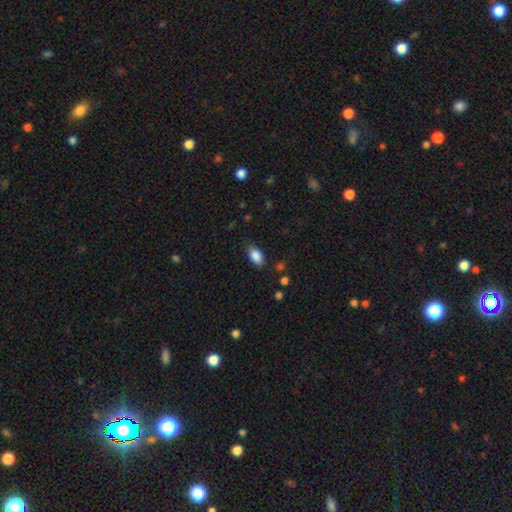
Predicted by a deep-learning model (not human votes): This is clearly a smooth galaxy (88%). How rounded: clearly in between (92%). Merging: clearly none (82%).